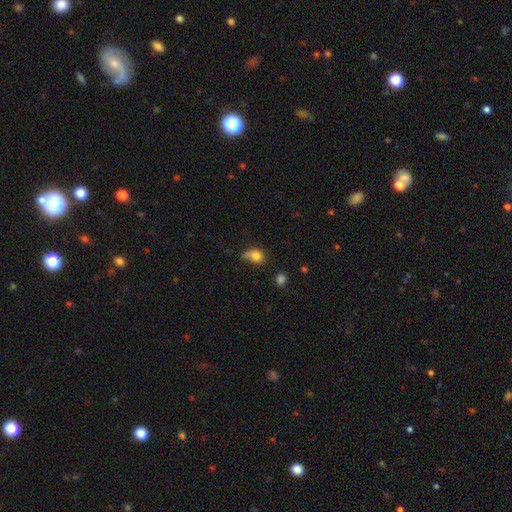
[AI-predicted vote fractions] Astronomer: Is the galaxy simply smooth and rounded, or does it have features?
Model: smooth — 79%.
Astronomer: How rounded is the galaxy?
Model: round — 52% (runner-up: in between, 46%).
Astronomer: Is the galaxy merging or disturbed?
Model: none — 35% (runner-up: minor disturbance, 32%).